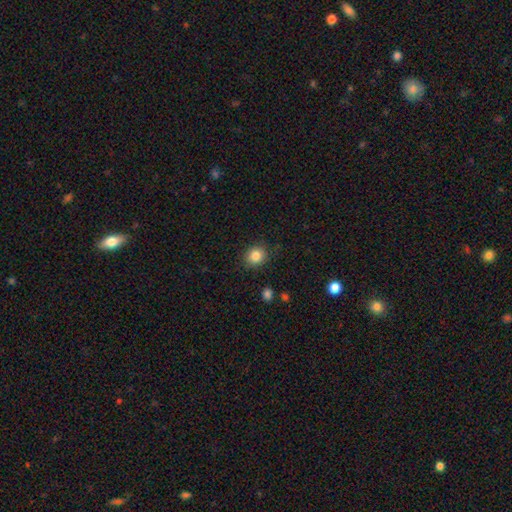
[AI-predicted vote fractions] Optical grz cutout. It shows a smooth galaxy with no disk features (85%) that is round (74%). Merging: none (87%).